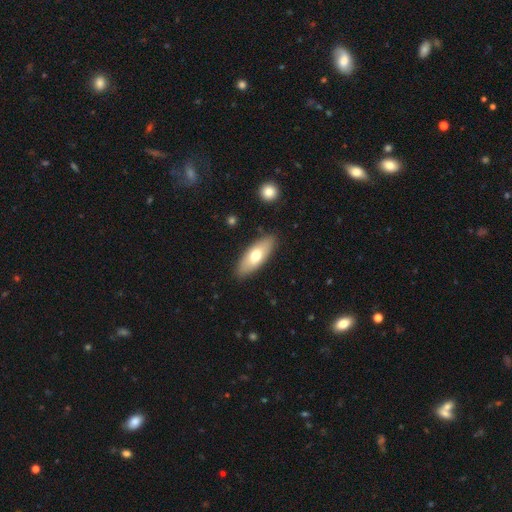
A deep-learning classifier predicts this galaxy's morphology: smooth-or-featured: smooth: 65% | featured or disk: 29% | star or artifact: 6%
  how-rounded: in between: 75% | cigar-shaped: 23% | round: 2%
  merging: none: 87% | minor disturbance: 10% | major disturbance: 2% | merger: 2%